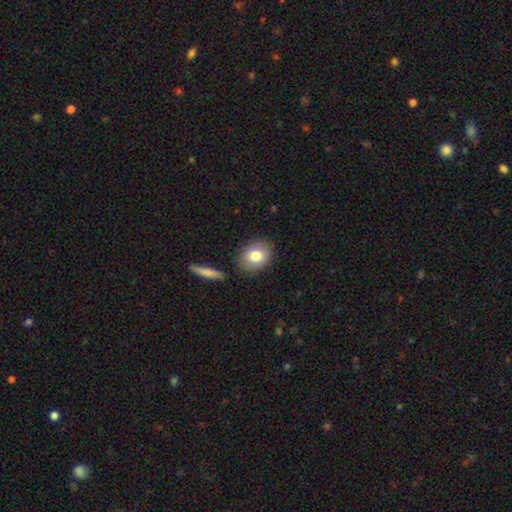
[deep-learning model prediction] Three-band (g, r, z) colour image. It shows a smooth galaxy with no disk features (79%) that is in between round and cigar-shaped (54%). Merging: none (84%).